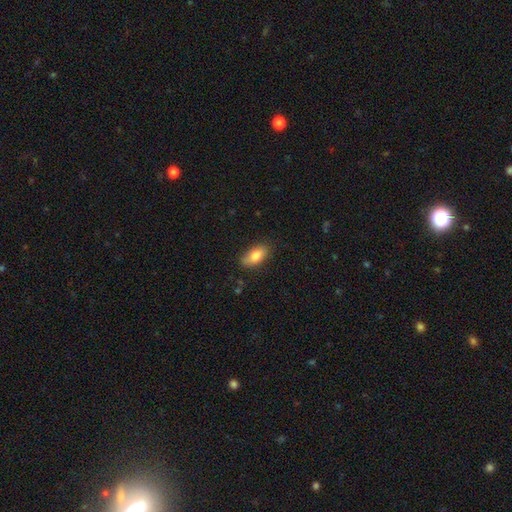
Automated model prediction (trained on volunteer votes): smooth-or-featured: smooth: 81% | featured or disk: 12% | star or artifact: 7%
  how-rounded: in between: 90% | cigar-shaped: 6% | round: 4%
  merging: none: 83% | minor disturbance: 14% | major disturbance: 3% | merger: 1%